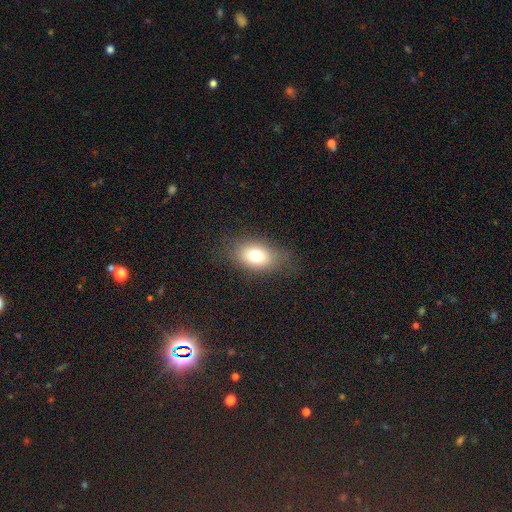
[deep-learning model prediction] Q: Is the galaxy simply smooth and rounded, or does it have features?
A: smooth — 75%.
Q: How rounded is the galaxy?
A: in between — 81%.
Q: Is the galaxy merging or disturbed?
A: none — 76%.